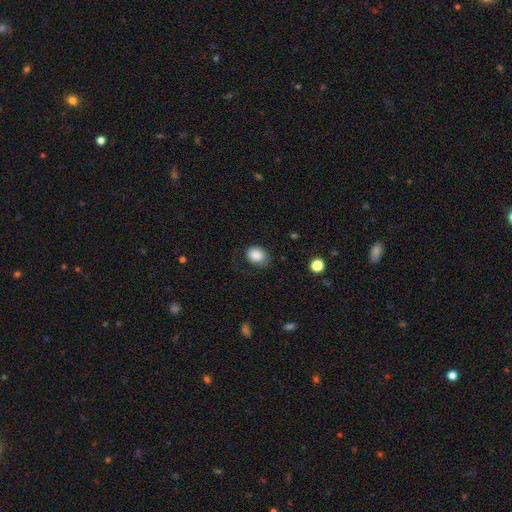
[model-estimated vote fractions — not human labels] A smooth galaxy with no disk features (86%) that is in between round and cigar-shaped (58%).

Vote fractions:
- Smooth or featured? smooth: 86% / star or artifact: 8% / featured or disk: 6%
- How rounded? in between: 58% / round: 41% / cigar-shaped: 1%
- Merging? none: 65% / minor disturbance: 24% / major disturbance: 10% / merger: 1%